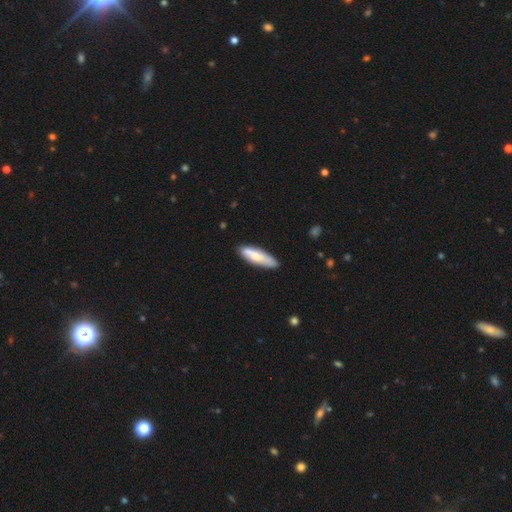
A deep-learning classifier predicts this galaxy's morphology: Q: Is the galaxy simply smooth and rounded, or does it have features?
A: smooth — 71%.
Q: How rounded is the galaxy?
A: cigar-shaped — 65%.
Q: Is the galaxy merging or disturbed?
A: none — 78%.